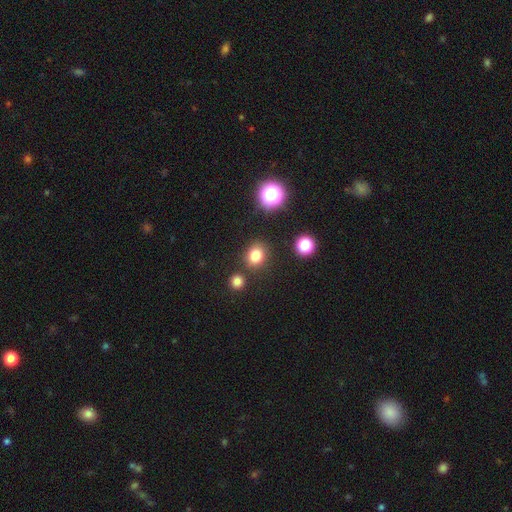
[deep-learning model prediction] Smooth or featured: smooth — 79% (star or artifact — 15%)
How rounded: round — 66% (in between — 33%)
Merging: none — 81% (minor disturbance — 9%)